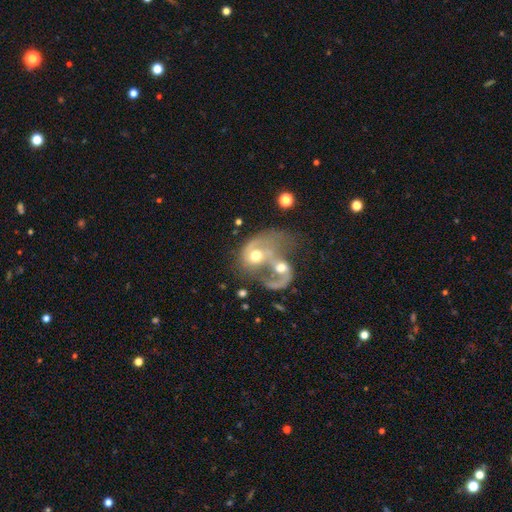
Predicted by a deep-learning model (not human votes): The model was most divided on "spiral arms": yes: 67%, no: 33%. More confident: edge-on disk — no (97%); merging — merger (79%); bar — no (72%); bulge size — moderate (68%); smooth or featured — featured or disk (64%).